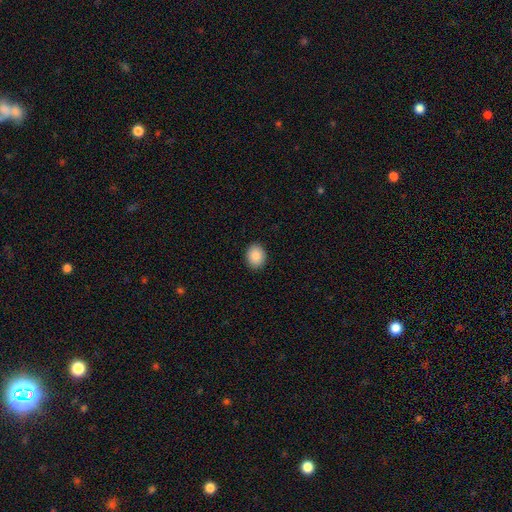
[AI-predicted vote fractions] smooth-or-featured: smooth: 89% | star or artifact: 8% | featured or disk: 3%
  how-rounded: round: 50% (tied) | in between: 50% (tied) | cigar-shaped: 1%
  merging: none: 90% | minor disturbance: 7% | major disturbance: 2% | merger: 1%